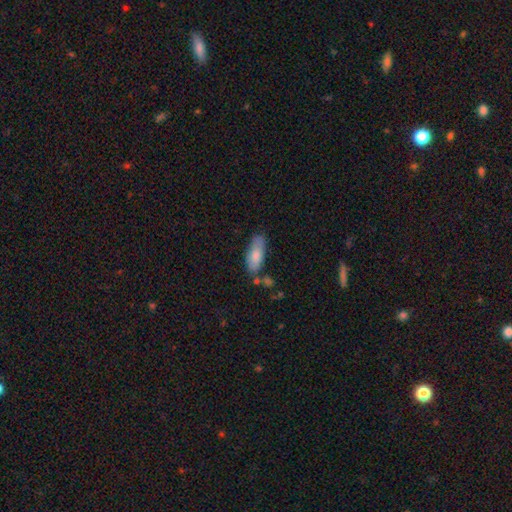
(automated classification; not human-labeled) This appears to be a smooth galaxy with no disk features (82%) that is in between round and cigar-shaped (74%). Merging: none (63%).